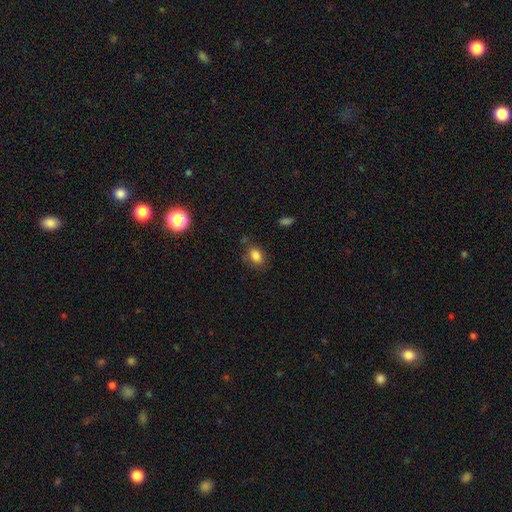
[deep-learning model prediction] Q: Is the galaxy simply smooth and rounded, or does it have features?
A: smooth — 83%.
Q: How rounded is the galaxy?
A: in between — 78%.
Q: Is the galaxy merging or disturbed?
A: none — 74%.